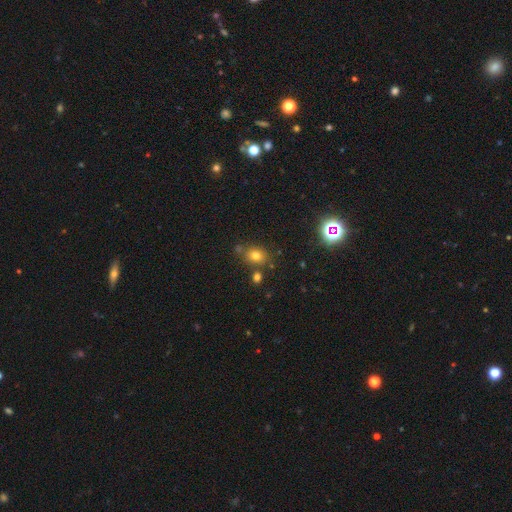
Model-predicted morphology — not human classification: A smooth galaxy with no disk features (73%) that is round (56%). Merging: none (71%).